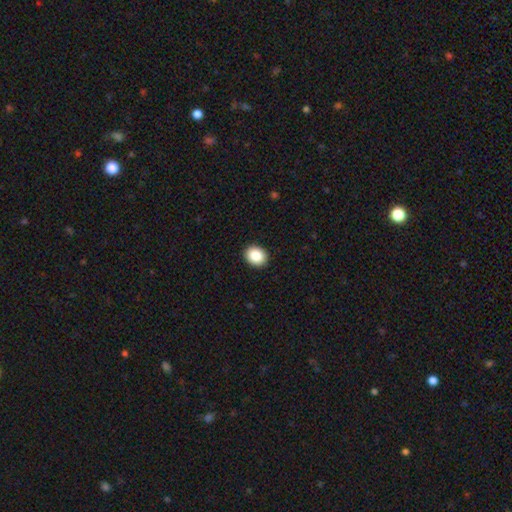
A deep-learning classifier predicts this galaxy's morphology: Smooth or featured? Predicted: smooth (p=0.87). How rounded? Predicted: round (p=0.59). Merging? Predicted: none (p=0.92).